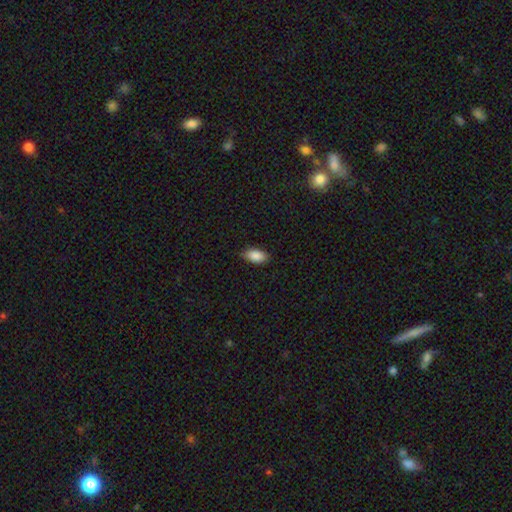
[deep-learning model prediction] Smooth or featured: smooth — 88% (star or artifact — 7%)
How rounded: in between — 92% (cigar-shaped — 4%)
Merging: none — 83% (minor disturbance — 14%)